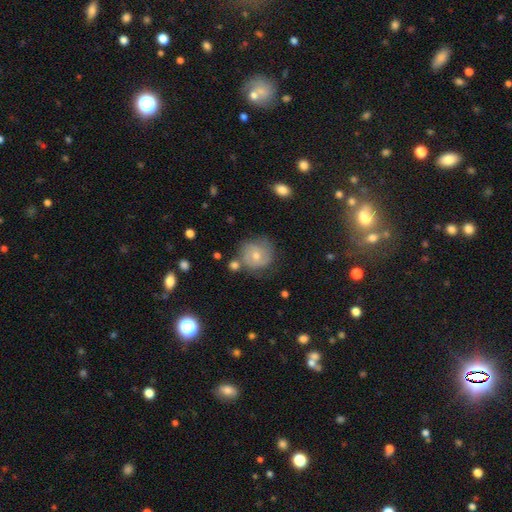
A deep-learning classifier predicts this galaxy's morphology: This is possibly a featured or disk galaxy (49%). Merging: likely none (61%).